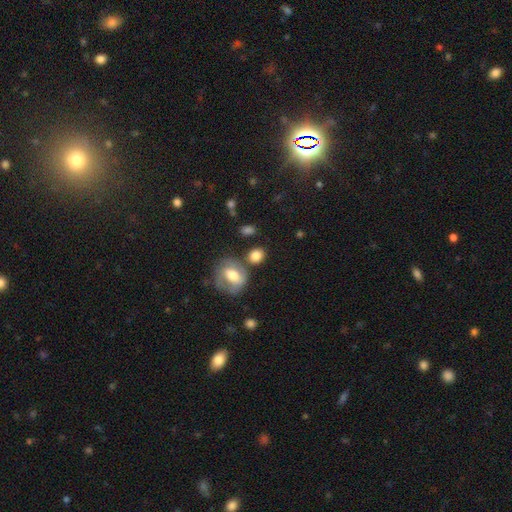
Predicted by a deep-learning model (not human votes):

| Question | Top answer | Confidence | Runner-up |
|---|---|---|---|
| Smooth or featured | smooth | 79% | featured or disk (13%) |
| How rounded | round | 62% | in between (36%) |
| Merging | none | 66% | minor disturbance (15%) |